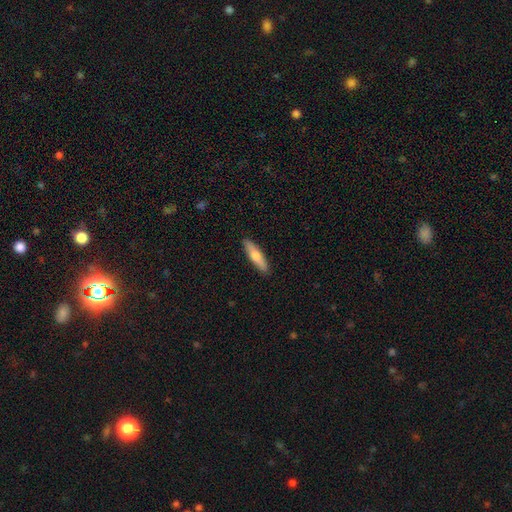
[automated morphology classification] Smooth or featured?
  - smooth: 64% *
  - featured or disk: 30%
  - star or artifact: 5%
How rounded?
  - cigar-shaped: 75% *
  - in between: 24%
  - round: 2%
Merging?
  - none: 91% *
  - minor disturbance: 7%
  - major disturbance: 1%
  - merger: 1%